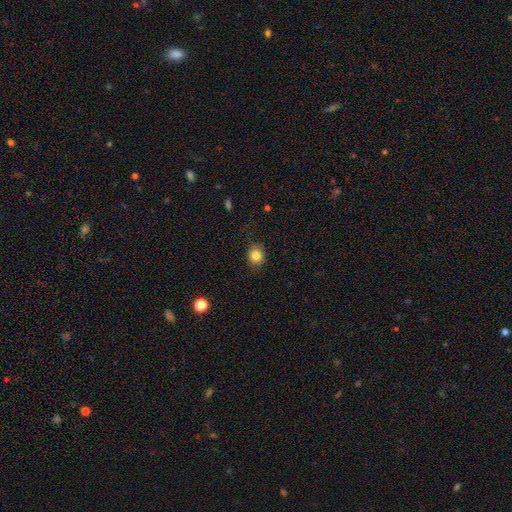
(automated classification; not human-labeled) Q: Smooth or featured?
A: smooth (83%); runner-up: star or artifact (11%)
Q: How rounded?
A: round (74%); runner-up: in between (25%)
Q: Merging?
A: none (84%); runner-up: minor disturbance (12%)